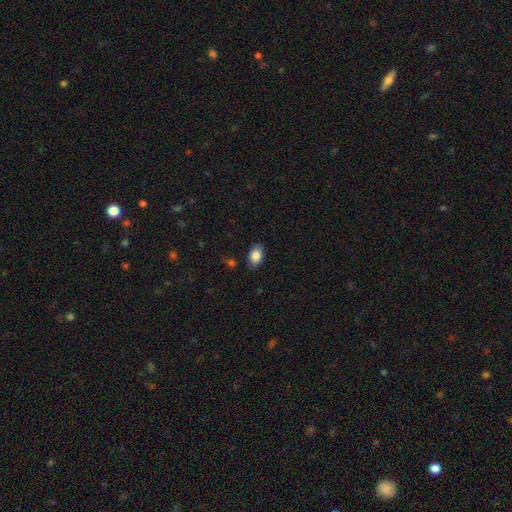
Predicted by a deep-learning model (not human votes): Morphology: type=smooth (86%); roundness=in between (90%); merging=none (83%).